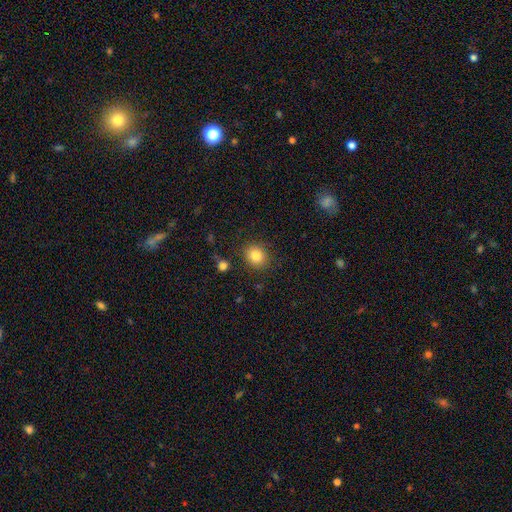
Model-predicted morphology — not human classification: Smooth or featured? smooth (84%)
How rounded? round (74%)
Merging? none (86%)